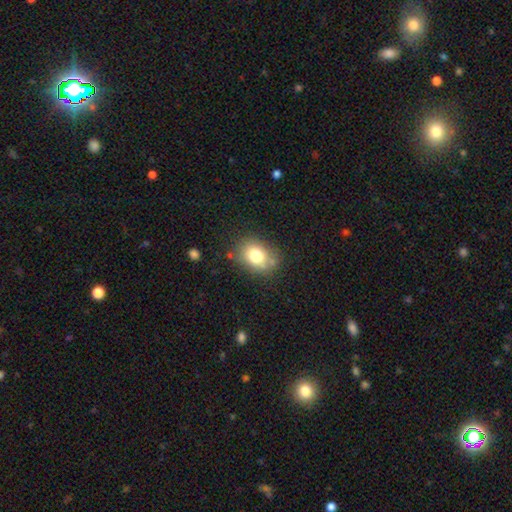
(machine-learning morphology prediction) This is likely a smooth galaxy (77%). How rounded: possibly in between (56%). Merging: likely none (73%).